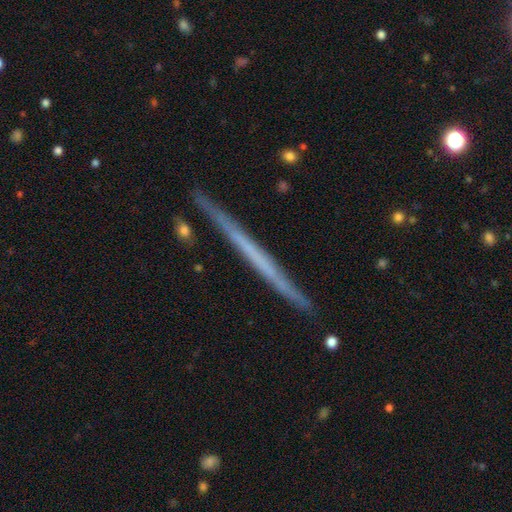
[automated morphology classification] type=featured or disk (61%); edge-on=yes (98%); edge-on bulge=none (93%); merging=none (90%).